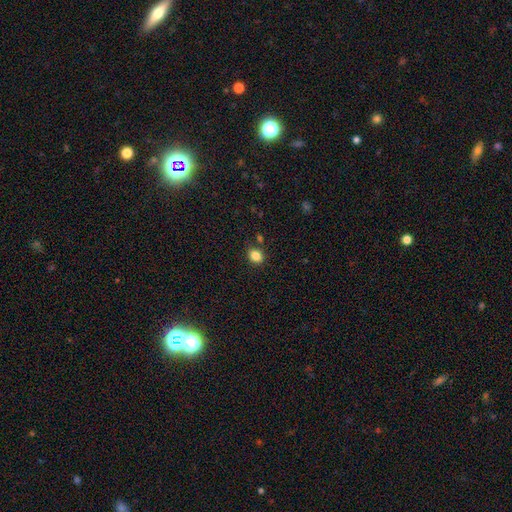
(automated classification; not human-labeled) Smooth or featured? smooth (85%)
How rounded? in between (50%)
Merging? none (81%)